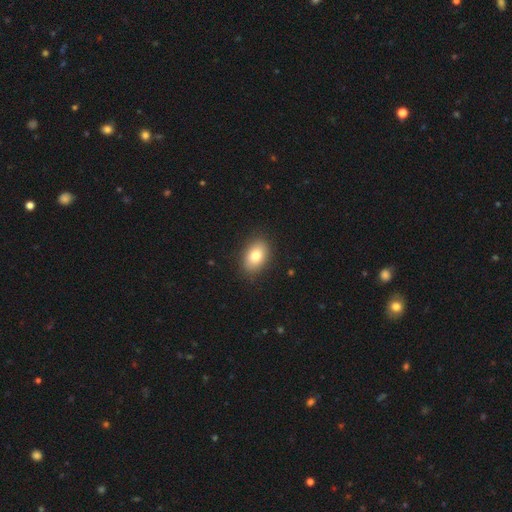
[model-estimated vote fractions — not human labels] Smooth or featured? smooth (80%)
How rounded? in between (85%)
Merging? none (88%)